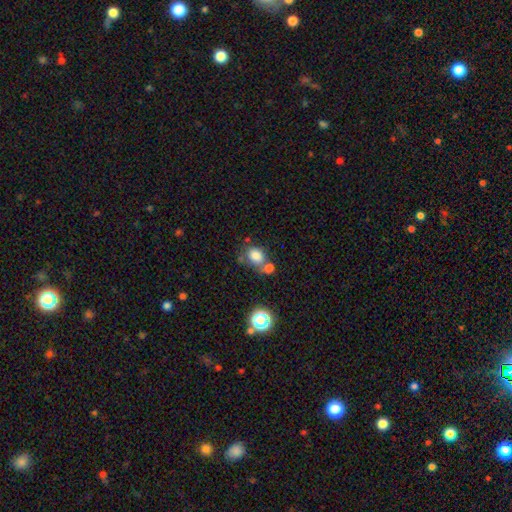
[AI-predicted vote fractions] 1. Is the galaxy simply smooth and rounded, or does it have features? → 80% smooth, 12% star or artifact, 9% featured or disk.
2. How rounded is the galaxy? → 53% in between, 46% round, 1% cigar-shaped.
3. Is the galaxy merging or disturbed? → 49% none, 31% merger, 14% minor disturbance, 6% major disturbance.